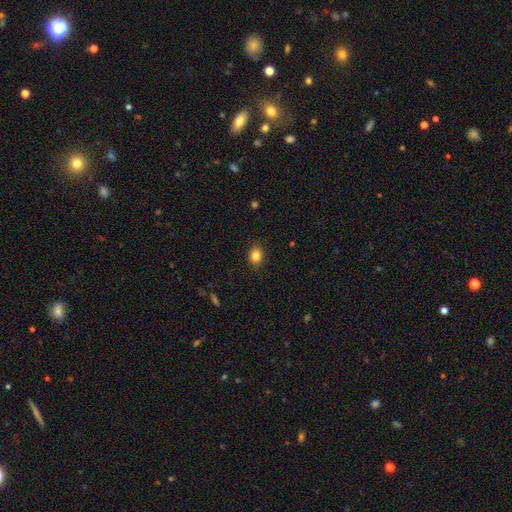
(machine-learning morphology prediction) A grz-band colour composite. It shows a smooth galaxy with no disk features (83%) that is in between round and cigar-shaped (55%). Merging: none (89%).